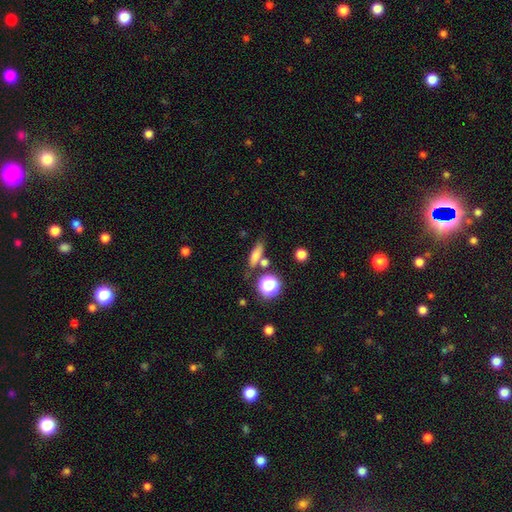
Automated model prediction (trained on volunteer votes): This is likely a smooth galaxy (70%). How rounded: possibly cigar-shaped (50%). Merging: likely none (69%).